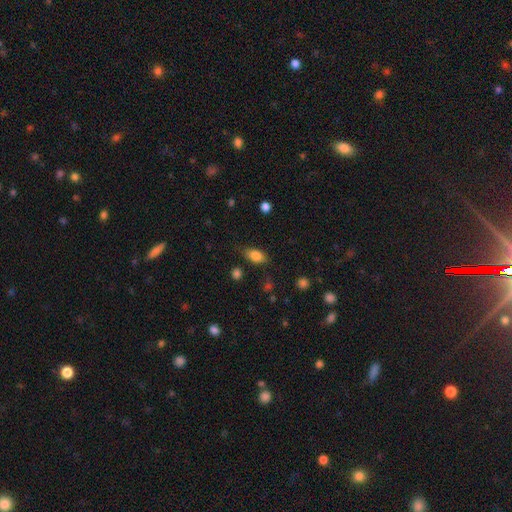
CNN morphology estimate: smooth_or_featured: smooth (p=0.80) [alt: featured or disk p=0.11]
how_rounded: in between (p=0.85) [alt: round p=0.08]
merging: none (p=0.76) [alt: minor disturbance p=0.17]